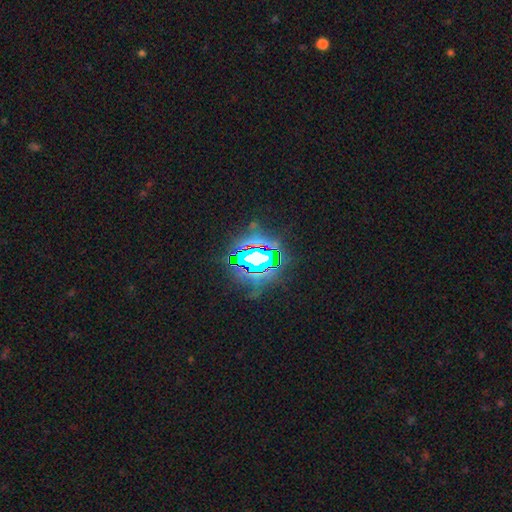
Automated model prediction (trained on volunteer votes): This is likely a star or artifact rather than a galaxy (78%).